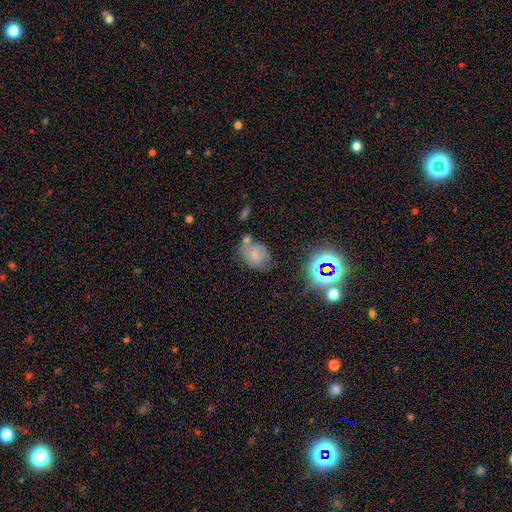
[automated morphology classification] Smooth or featured? Predicted: smooth (p=0.55). How rounded? Predicted: in between (p=0.64). Merging? Predicted: none (p=0.47).